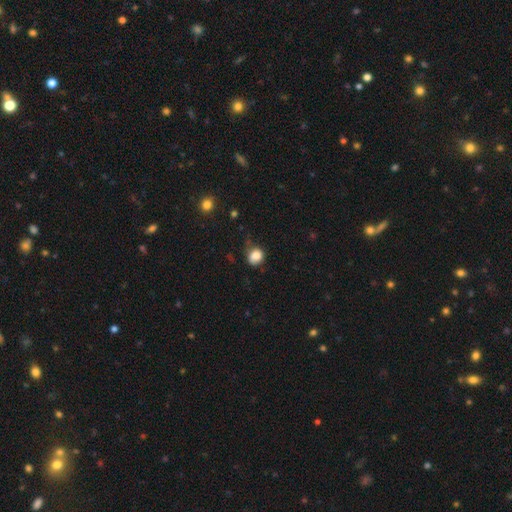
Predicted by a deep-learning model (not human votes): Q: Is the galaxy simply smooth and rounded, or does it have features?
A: smooth — 83%.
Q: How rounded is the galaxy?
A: round — 69%.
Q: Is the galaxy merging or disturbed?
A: none — 52%.